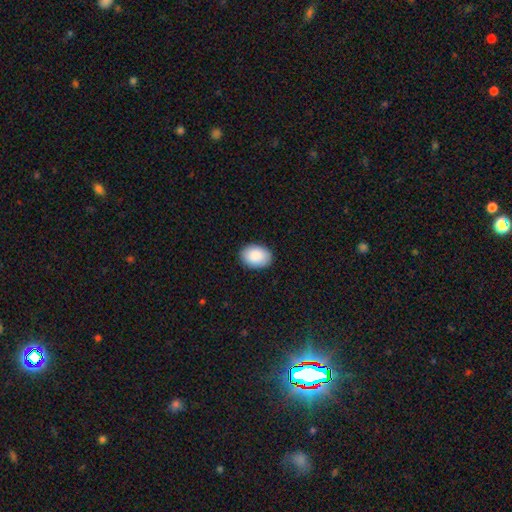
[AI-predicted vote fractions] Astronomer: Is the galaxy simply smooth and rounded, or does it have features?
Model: smooth — 90%.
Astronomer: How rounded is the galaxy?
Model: in between — 79%.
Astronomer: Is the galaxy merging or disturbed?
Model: none — 89%.